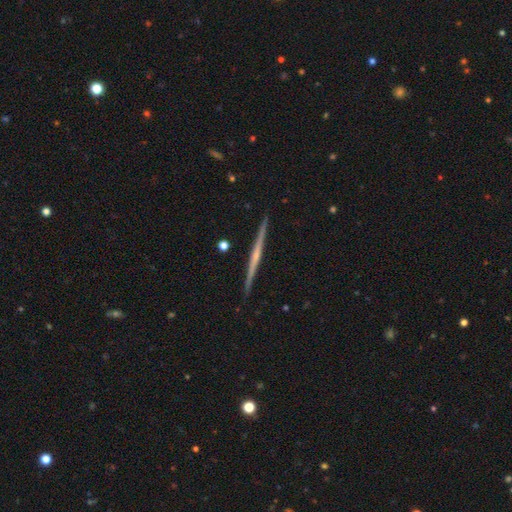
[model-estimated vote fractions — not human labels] Morphology: type=featured or disk (76%); edge-on=yes (98%); edge-on bulge=none (48%); merging=none (93%).